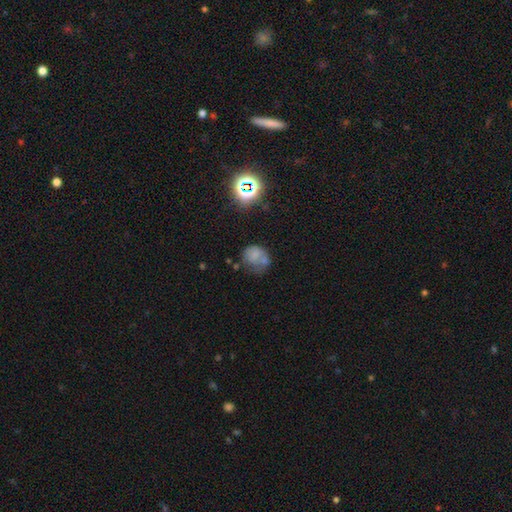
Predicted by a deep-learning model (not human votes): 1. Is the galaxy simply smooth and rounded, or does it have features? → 59% smooth, 24% featured or disk, 17% star or artifact.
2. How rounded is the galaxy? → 68% round, 31% in between, 1% cigar-shaped.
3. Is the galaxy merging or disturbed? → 37% none, 25% minor disturbance, 19% merger, 18% major disturbance.